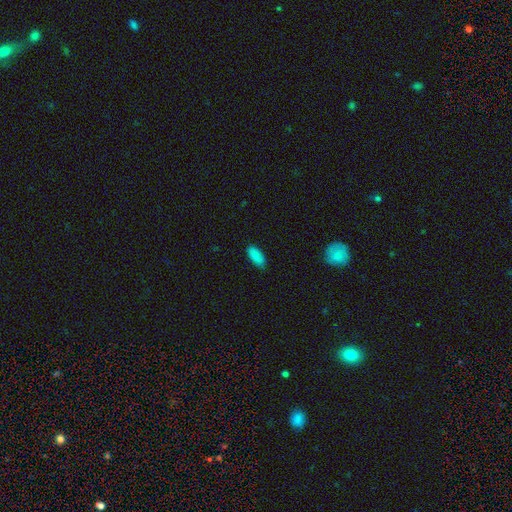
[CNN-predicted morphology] Smooth or featured: smooth — 88% (star or artifact — 7%)
How rounded: in between — 83% (cigar-shaped — 16%)
Merging: none — 86% (minor disturbance — 11%)